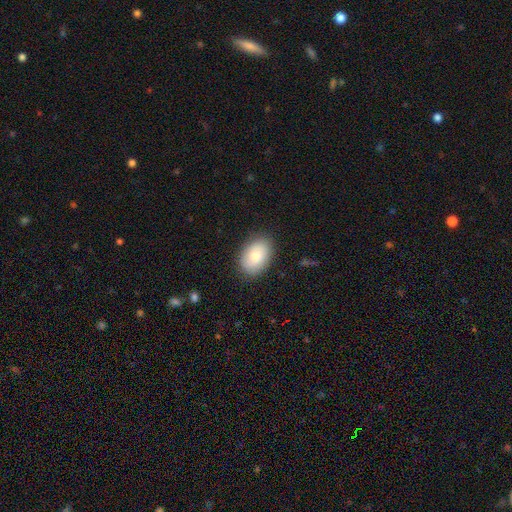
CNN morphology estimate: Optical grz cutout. It shows a smooth galaxy with no disk features (78%) that is in between round and cigar-shaped (84%). Merging: none (86%).